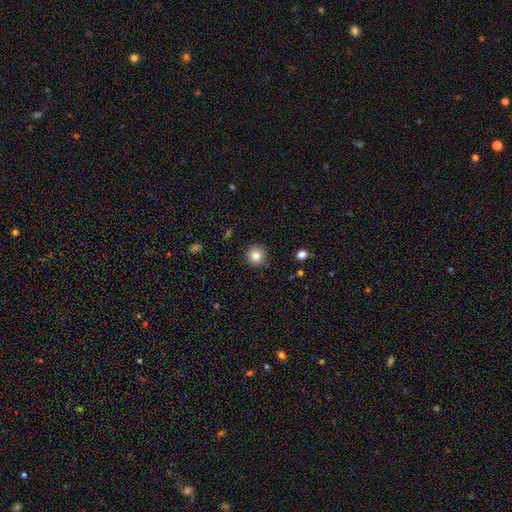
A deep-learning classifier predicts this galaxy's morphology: Smooth or featured? smooth (82%)
How rounded? round (94%)
Merging? none (90%)